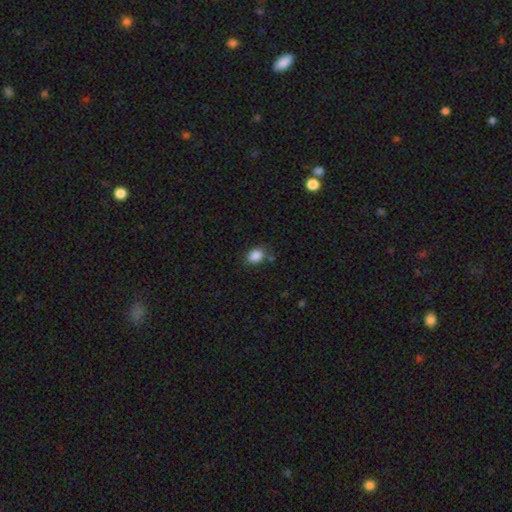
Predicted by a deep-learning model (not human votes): Q: Smooth or featured?
A: smooth (87%); runner-up: star or artifact (9%)
Q: How rounded?
A: in between (65%); runner-up: round (34%)
Q: Merging?
A: none (77%); runner-up: minor disturbance (15%)